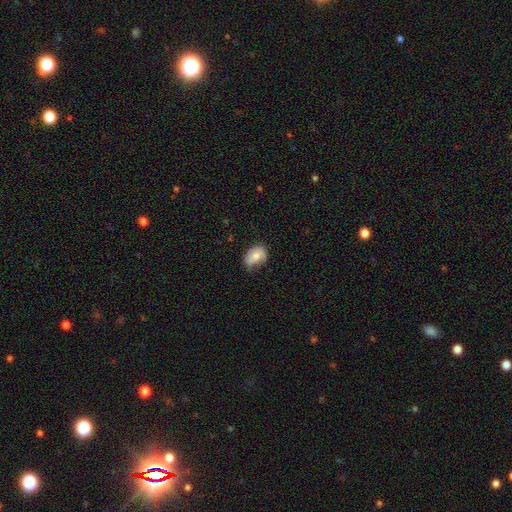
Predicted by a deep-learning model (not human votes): Q: Smooth or featured?
A: smooth (70%); runner-up: featured or disk (22%)
Q: How rounded?
A: in between (79%); runner-up: round (20%)
Q: Merging?
A: none (57%); runner-up: minor disturbance (33%)